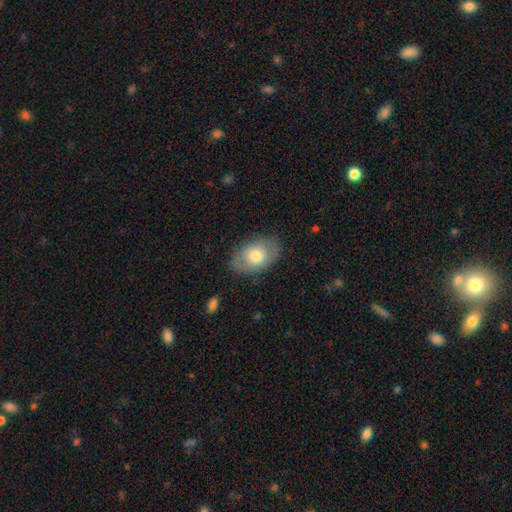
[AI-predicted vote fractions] The model was most divided on "smooth or featured": smooth: 66%, featured or disk: 28%, star or artifact: 6%. More confident: how rounded — in between (87%); merging — none (80%).